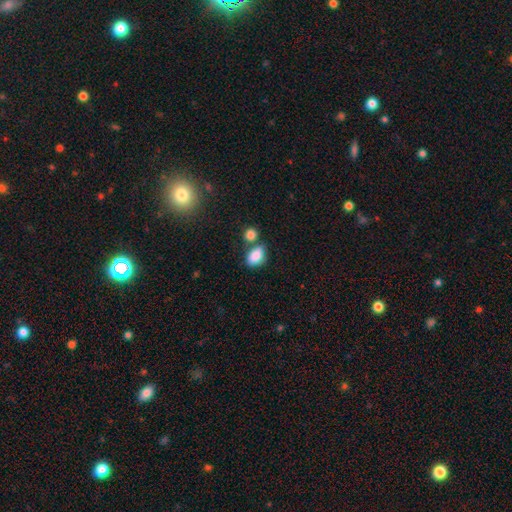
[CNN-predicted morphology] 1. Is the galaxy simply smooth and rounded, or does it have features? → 85% smooth, 8% star or artifact, 7% featured or disk.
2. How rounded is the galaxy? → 83% in between, 15% round, 2% cigar-shaped.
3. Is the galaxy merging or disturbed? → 50% none, 28% merger, 16% minor disturbance, 5% major disturbance.